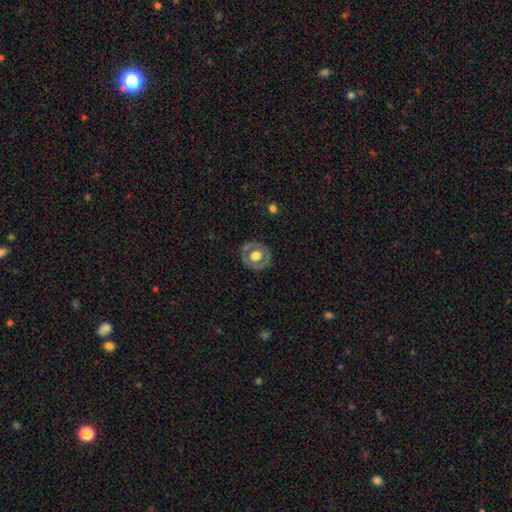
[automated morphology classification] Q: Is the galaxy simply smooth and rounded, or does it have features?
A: featured or disk — 48%.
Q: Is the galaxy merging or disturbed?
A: none — 81%.